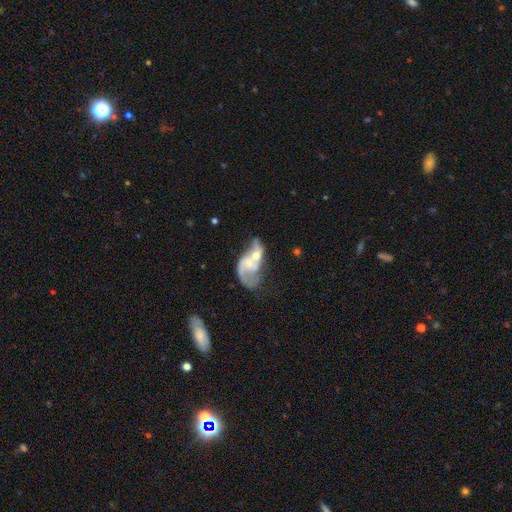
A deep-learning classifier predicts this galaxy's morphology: The model was most divided on "bulge size": moderate: 43%, small: 39%, none: 11%, large: 5%, dominant: 2%. More confident: edge-on disk — no (97%); bar — no (71%); smooth or featured — featured or disk (69%); spiral arms — yes (67%); merging — merger (61%).